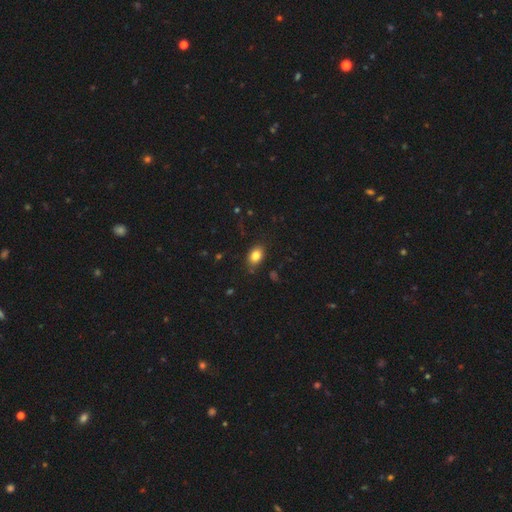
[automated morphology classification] The model was most divided on "how rounded": in between: 76%, round: 23%, cigar-shaped: 1%. More confident: smooth or featured — smooth (82%); merging — none (82%).